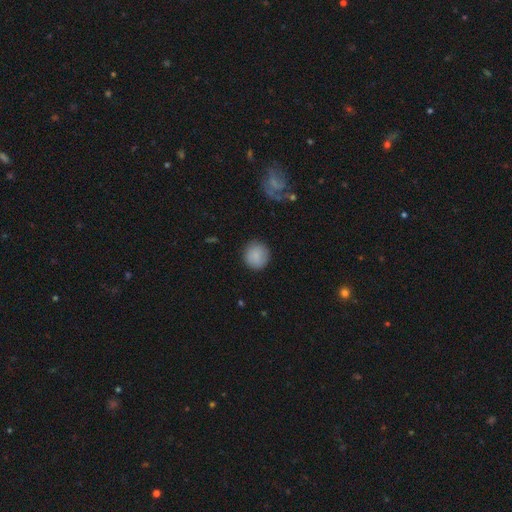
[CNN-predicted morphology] This appears to be a smooth galaxy with no disk features (86%) that is round (92%). Merging: none (87%).